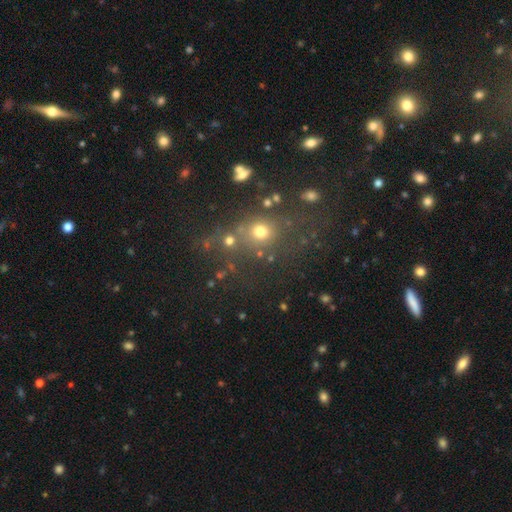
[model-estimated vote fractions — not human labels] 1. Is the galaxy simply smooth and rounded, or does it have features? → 45% star or artifact, 35% smooth, 20% featured or disk.